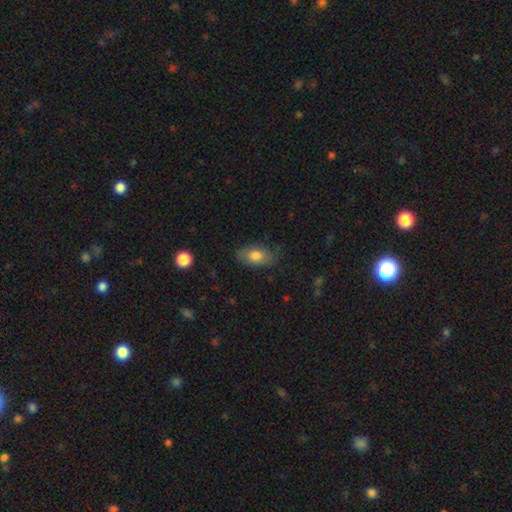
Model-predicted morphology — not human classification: This is likely a smooth galaxy (78%). How rounded: clearly in between (89%). Merging: likely none (79%).